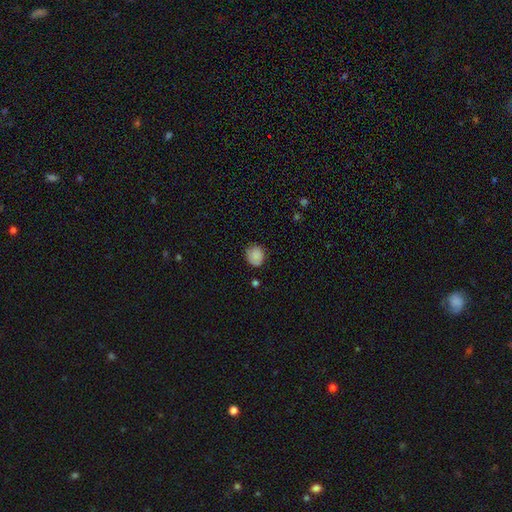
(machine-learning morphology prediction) A smooth galaxy with no disk features (86%) that is round (78%). Merging: none (77%).